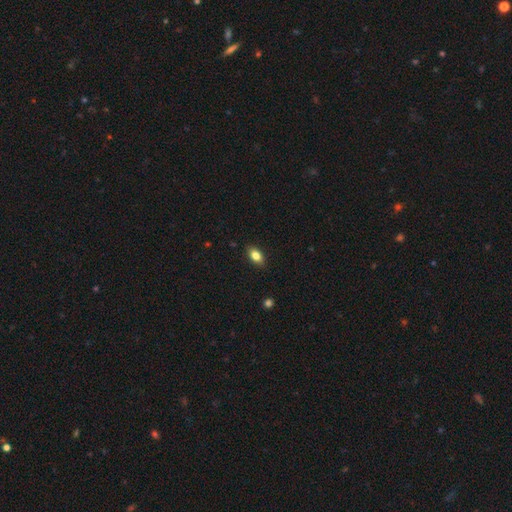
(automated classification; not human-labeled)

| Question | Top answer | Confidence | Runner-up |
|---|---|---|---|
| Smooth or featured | smooth | 82% | featured or disk (10%) |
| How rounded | in between | 87% | round (10%) |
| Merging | none | 86% | minor disturbance (11%) |